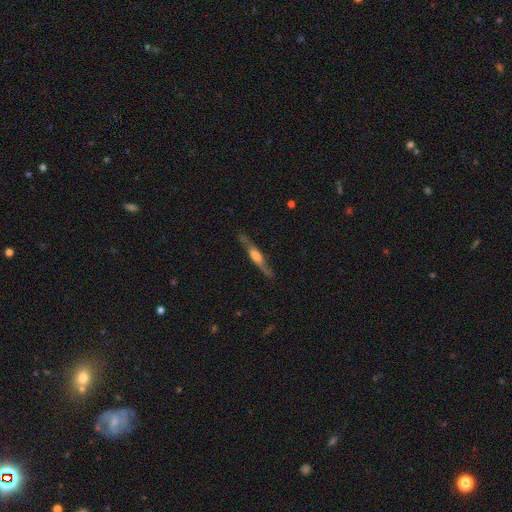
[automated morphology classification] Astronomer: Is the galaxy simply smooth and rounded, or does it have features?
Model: featured or disk — 68%.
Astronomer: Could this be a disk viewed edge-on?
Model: yes — 91%.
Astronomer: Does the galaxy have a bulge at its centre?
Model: rounded — 57% (runner-up: boxy, 33%).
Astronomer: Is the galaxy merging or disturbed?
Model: none — 82%.